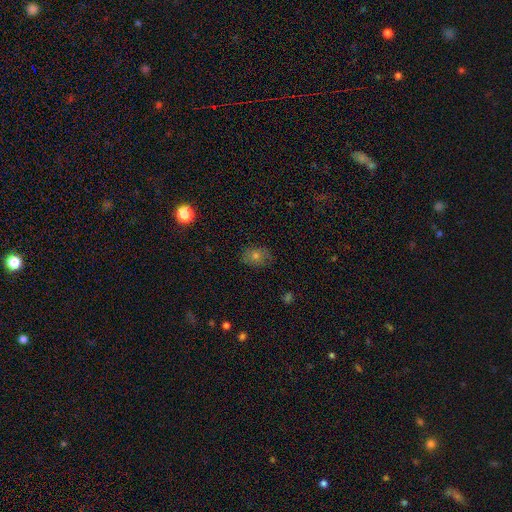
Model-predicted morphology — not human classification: Smooth or featured: smooth — 64% (featured or disk — 18%)
How rounded: in between — 57% (round — 41%)
Merging: none — 81% (minor disturbance — 14%)